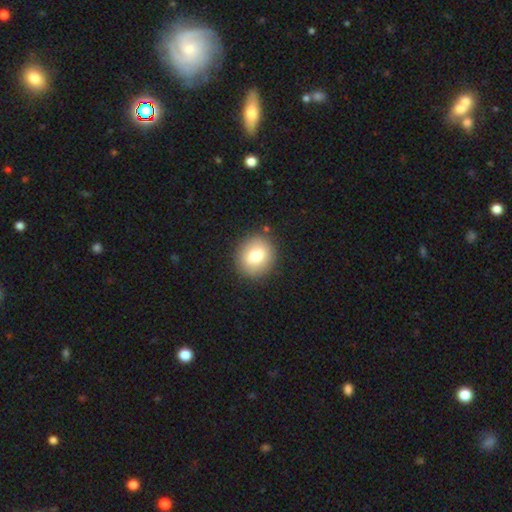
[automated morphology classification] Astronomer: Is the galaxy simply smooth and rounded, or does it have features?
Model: smooth — 77%.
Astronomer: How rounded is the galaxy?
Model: round — 78%.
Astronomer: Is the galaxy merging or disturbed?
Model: none — 88%.